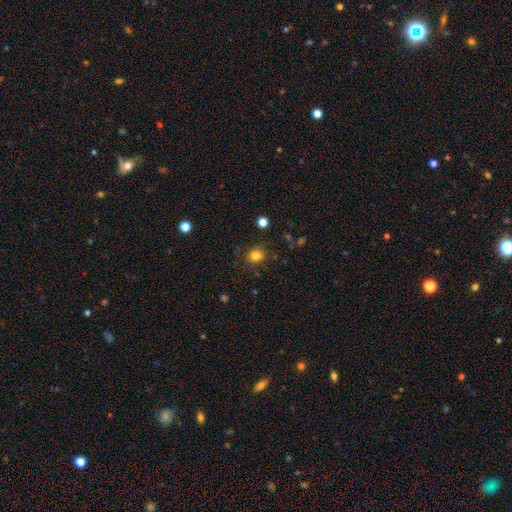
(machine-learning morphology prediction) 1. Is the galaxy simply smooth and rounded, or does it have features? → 82% smooth, 13% star or artifact, 5% featured or disk.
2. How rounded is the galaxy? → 80% round, 19% in between, 1% cigar-shaped.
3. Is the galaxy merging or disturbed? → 84% none, 11% minor disturbance, 3% major disturbance, 2% merger.